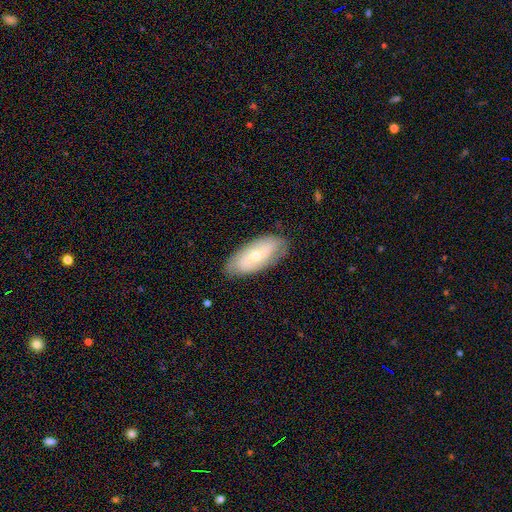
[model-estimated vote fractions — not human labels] Q: Smooth or featured?
A: featured or disk (55%); runner-up: smooth (38%)
Q: Edge-on disk?
A: no (88%); runner-up: yes (12%)
Q: Merging?
A: none (81%); runner-up: minor disturbance (15%)